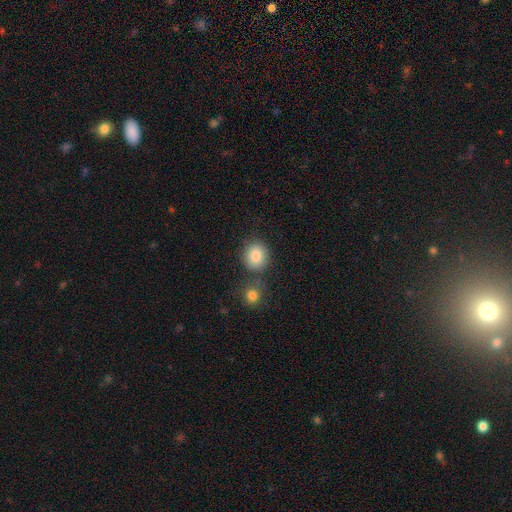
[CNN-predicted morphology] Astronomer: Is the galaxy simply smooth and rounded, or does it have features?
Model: smooth — 85%.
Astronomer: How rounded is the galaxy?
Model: round — 83%.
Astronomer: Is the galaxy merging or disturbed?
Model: none — 72%.